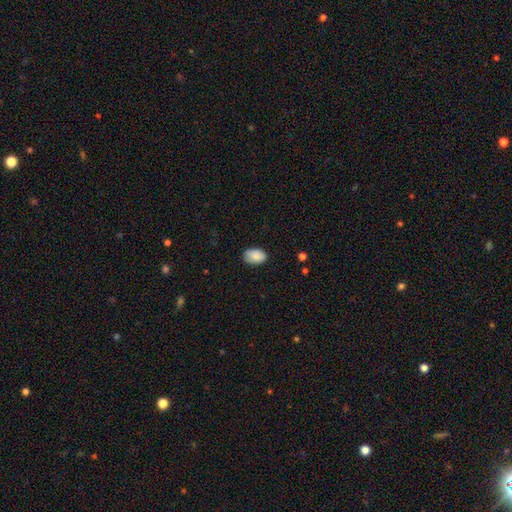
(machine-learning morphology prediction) smooth-or-featured: smooth: 87% | star or artifact: 7% | featured or disk: 6%
  how-rounded: in between: 89% | round: 10% | cigar-shaped: 1%
  merging: none: 81% | minor disturbance: 16% | major disturbance: 3% | merger: 1%